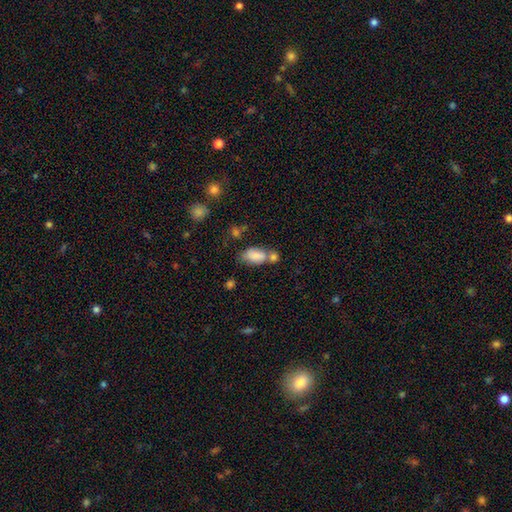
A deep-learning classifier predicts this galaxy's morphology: A smooth galaxy with no disk features (83%) that is in between round and cigar-shaped (91%). Merging: merger (42%).